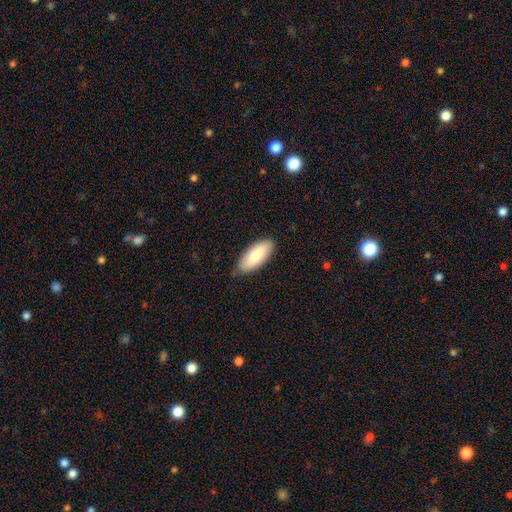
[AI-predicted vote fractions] smooth 81%, featured or disk 14%, star or artifact 5%. Down the decision tree: how rounded — in between (83%); merging — none (85%).